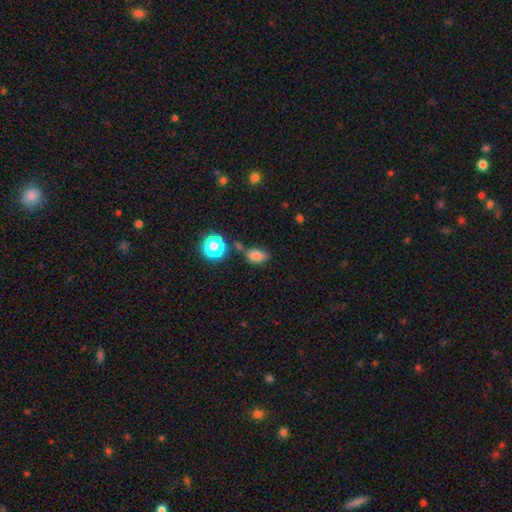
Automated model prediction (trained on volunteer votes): The model was most divided on "merging": none: 66%, minor disturbance: 19%, merger: 10%, major disturbance: 5%. More confident: how rounded — in between (81%); smooth or featured — smooth (80%).